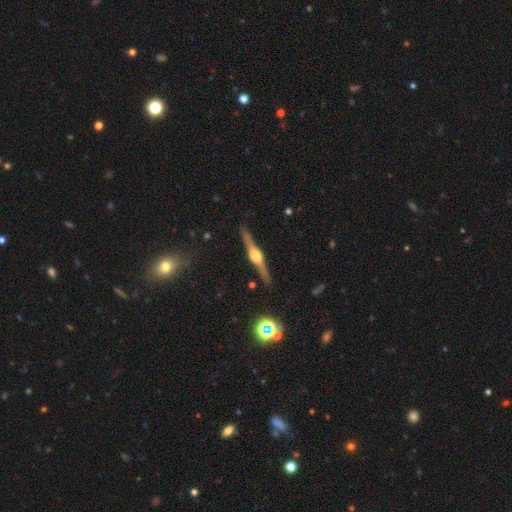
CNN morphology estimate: This appears to be a featured or disk galaxy (83%) viewed edge-on (98%) with a rounded central bulge (92%). Merging: none (89%).